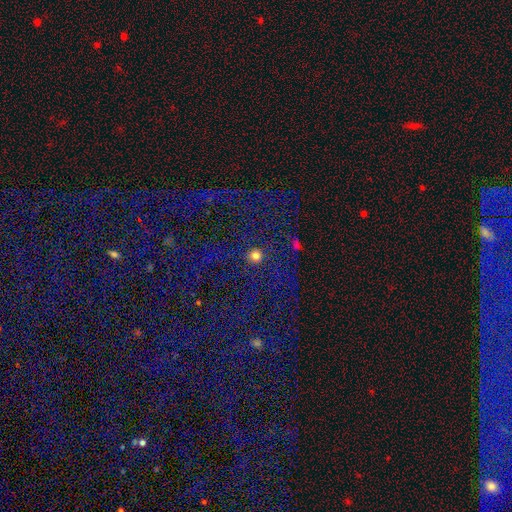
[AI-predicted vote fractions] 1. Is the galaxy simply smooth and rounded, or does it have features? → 76% smooth, 19% star or artifact, 6% featured or disk.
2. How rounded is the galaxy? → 94% round, 5% in between, 1% cigar-shaped.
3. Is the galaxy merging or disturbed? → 89% none, 6% minor disturbance, 3% major disturbance, 2% merger.